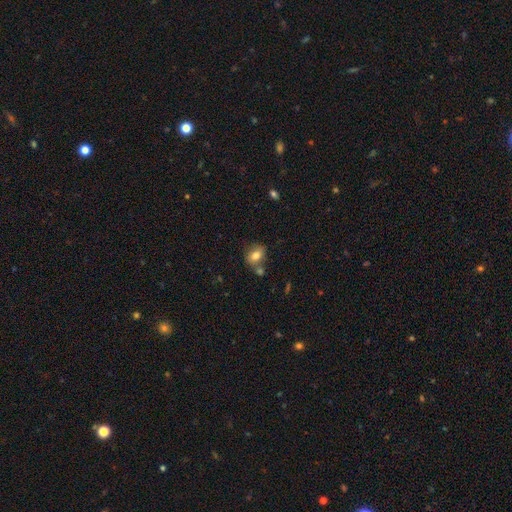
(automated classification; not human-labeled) smooth-or-featured: smooth: 75% | featured or disk: 15% | star or artifact: 9%
  how-rounded: in between: 64% | round: 34% | cigar-shaped: 2%
  merging: none: 59% | merger: 20% | minor disturbance: 16% | major disturbance: 5%